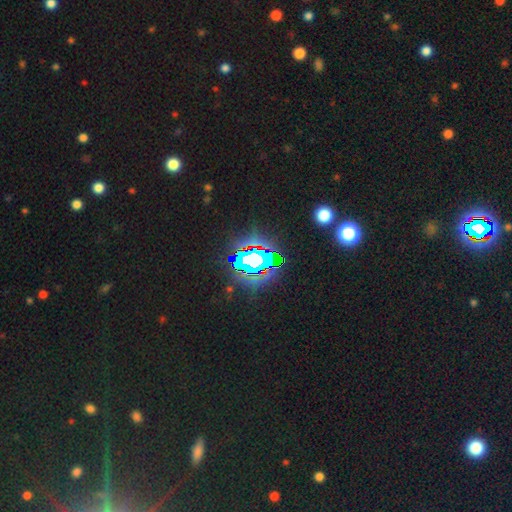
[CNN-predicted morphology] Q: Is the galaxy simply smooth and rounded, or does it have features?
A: star or artifact — 69%.